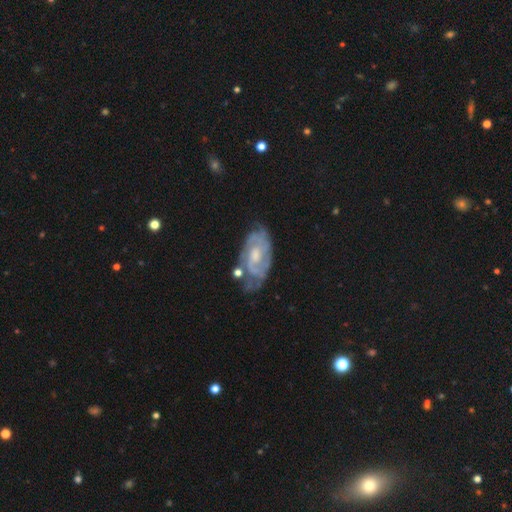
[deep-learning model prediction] Smooth or featured?
  - featured or disk: 82% *
  - smooth: 12%
  - star or artifact: 6%
Edge-on disk?
  - no: 95% *
  - yes: 5%
Bar?
  - no: 55% *
  - weak: 39%
  - strong: 7%
Spiral arms?
  - yes: 92% *
  - no: 8%
Spiral winding?
  - tight: 55% *
  - medium: 35%
  - loose: 9%
Spiral arm count?
  - 2: 50% *
  - can't tell: 28%
  - 3: 12%
  - 1: 4%
  - 4: 3%
  - more than 4: 3%
Bulge size?
  - moderate: 54% *
  - small: 31%
  - none: 7%
  - large: 6%
  - dominant: 1%
Merging?
  - none: 62% *
  - minor disturbance: 23%
  - major disturbance: 10%
  - merger: 5%